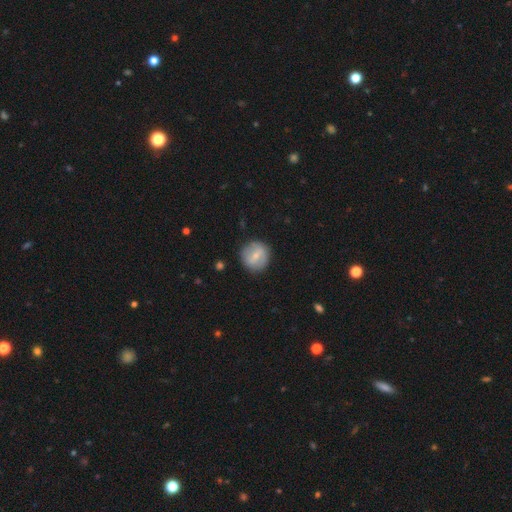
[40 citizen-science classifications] This appears to be a featured or disk galaxy (55%) with a weak bar (55%), no spiral arms (70%) and a small central bulge (80%). Merging: none (84%).